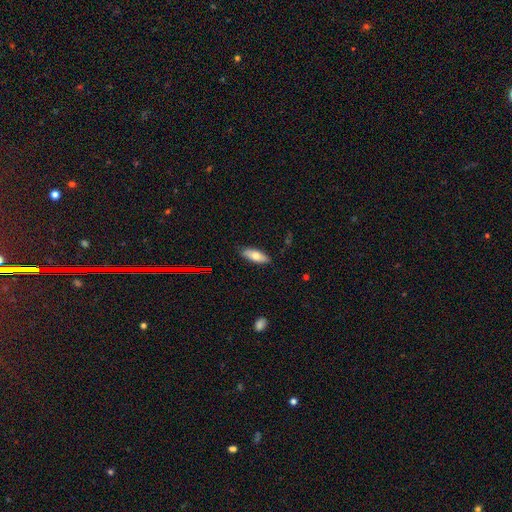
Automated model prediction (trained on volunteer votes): Smooth or featured: smooth — 69% (featured or disk — 24%)
How rounded: in between — 70% (cigar-shaped — 27%)
Merging: none — 86% (minor disturbance — 11%)